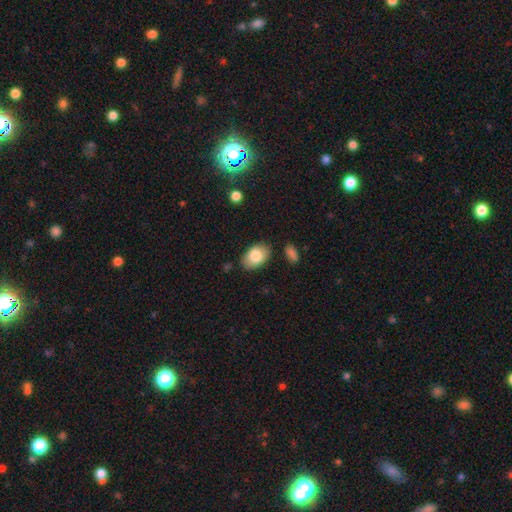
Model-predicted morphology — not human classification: smooth 84%, featured or disk 10%, star or artifact 7%. Down the decision tree: how rounded — in between (89%); merging — none (81%).